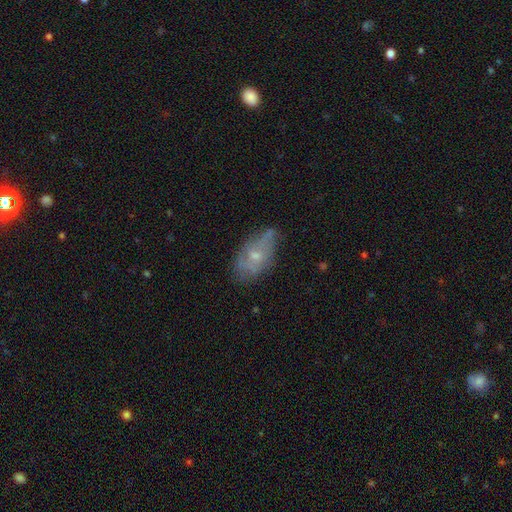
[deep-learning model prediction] smooth-or-featured: featured or disk: 49% | smooth: 41% | star or artifact: 10%
  merging: none: 49% | minor disturbance: 34% | major disturbance: 14% | merger: 3%